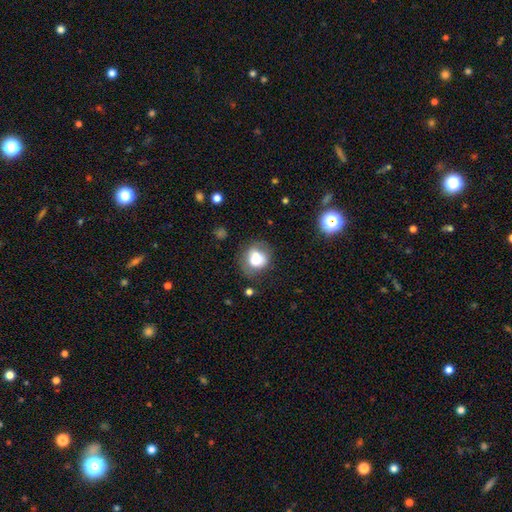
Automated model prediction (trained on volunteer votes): Q: Smooth or featured?
A: smooth (73%); runner-up: featured or disk (17%)
Q: How rounded?
A: round (70%); runner-up: in between (29%)
Q: Merging?
A: none (57%); runner-up: minor disturbance (24%)